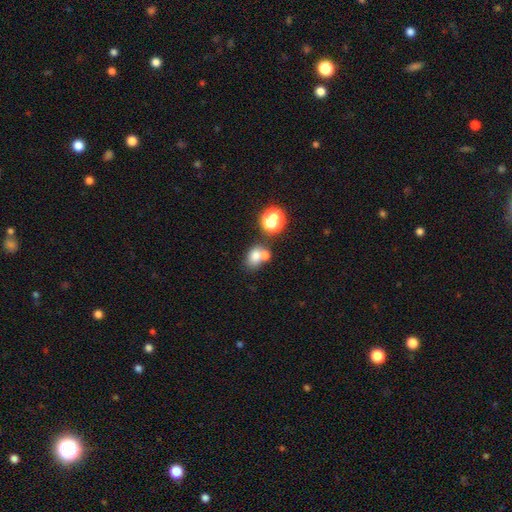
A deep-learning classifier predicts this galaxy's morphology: A smooth galaxy with no disk features (72%) that is in between round and cigar-shaped (57%). Merging: merger (45%).